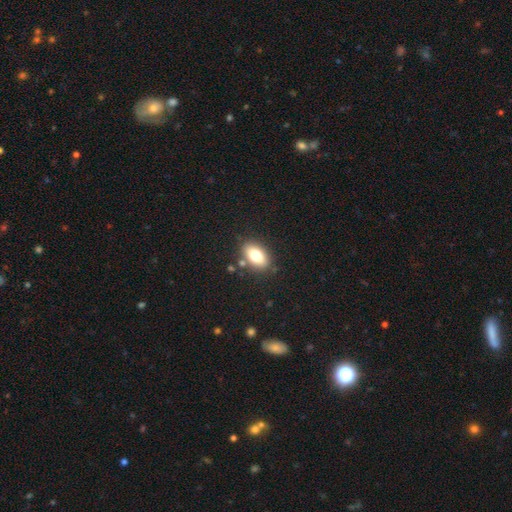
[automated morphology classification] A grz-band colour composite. It shows a smooth galaxy with no disk features (78%) that is in between round and cigar-shaped (89%). Merging: none (81%).